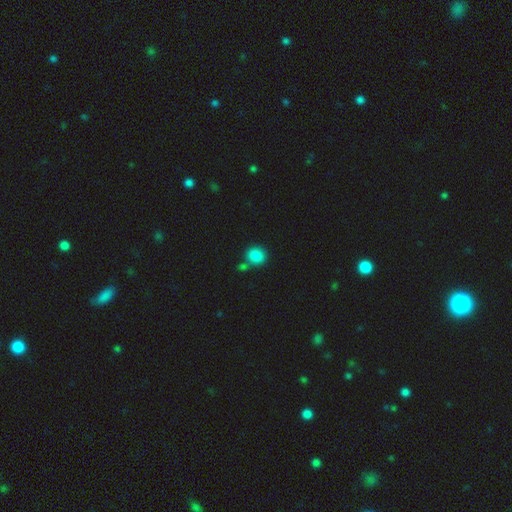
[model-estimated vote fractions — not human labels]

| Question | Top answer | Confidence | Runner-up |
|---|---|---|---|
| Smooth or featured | smooth | 86% | star or artifact (10%) |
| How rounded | round | 79% | in between (20%) |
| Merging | none | 67% | merger (20%) |